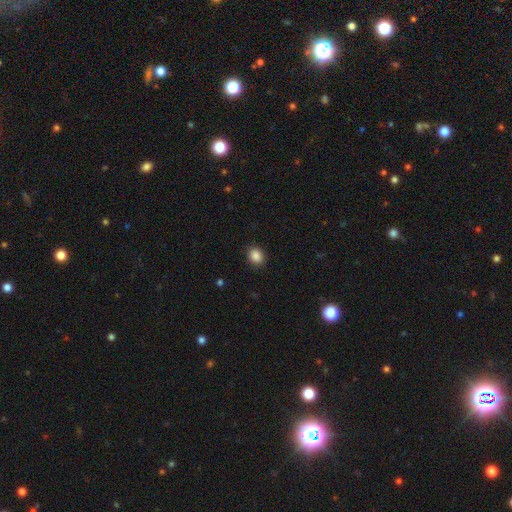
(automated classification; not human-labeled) Morphology: type=smooth (88%); roundness=round (53%); merging=none (89%).